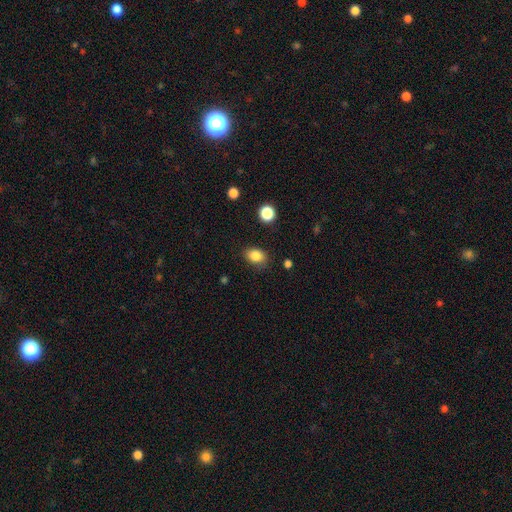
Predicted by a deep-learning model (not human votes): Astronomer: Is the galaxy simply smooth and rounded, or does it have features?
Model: smooth — 85%.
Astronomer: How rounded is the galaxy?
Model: in between — 69%.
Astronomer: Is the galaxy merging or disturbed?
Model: none — 81%.